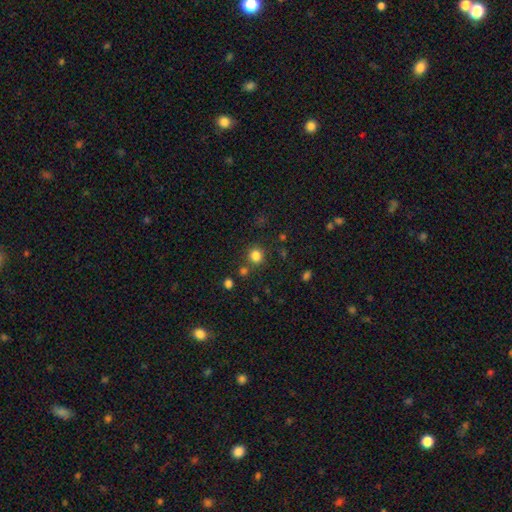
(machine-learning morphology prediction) Overall: smooth (82%). How rounded: round (90%). Merging: none (80%).